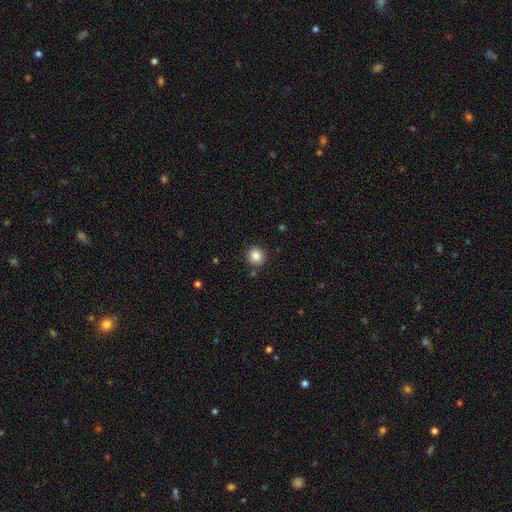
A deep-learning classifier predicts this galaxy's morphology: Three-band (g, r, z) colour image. It shows a smooth galaxy with no disk features (86%) that is round (91%). Merging: none (88%).